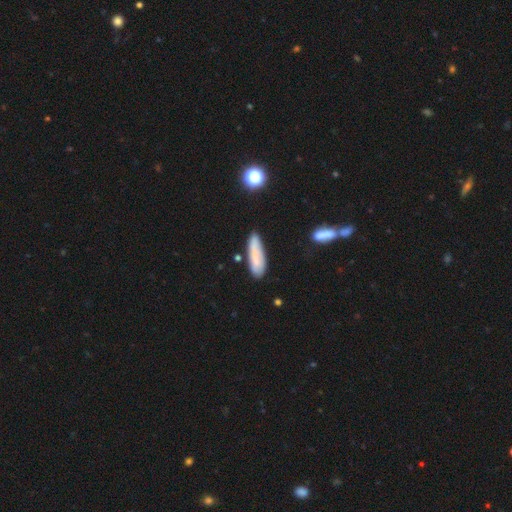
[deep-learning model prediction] This appears to be a smooth galaxy with no disk features (72%) that is cigar-shaped (60%). Merging: none (69%).